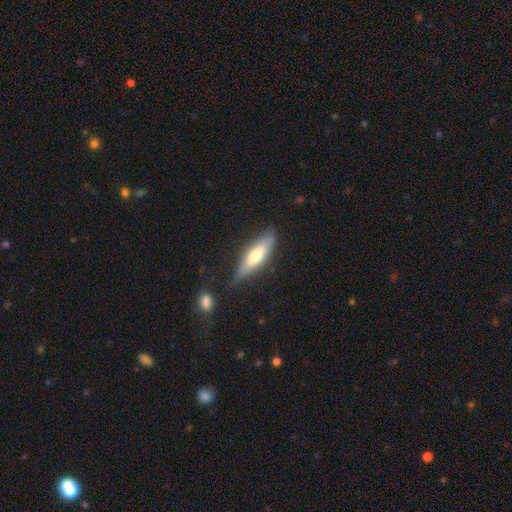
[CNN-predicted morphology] Smooth or featured? smooth (60%)
How rounded? cigar-shaped (62%)
Merging? none (72%)